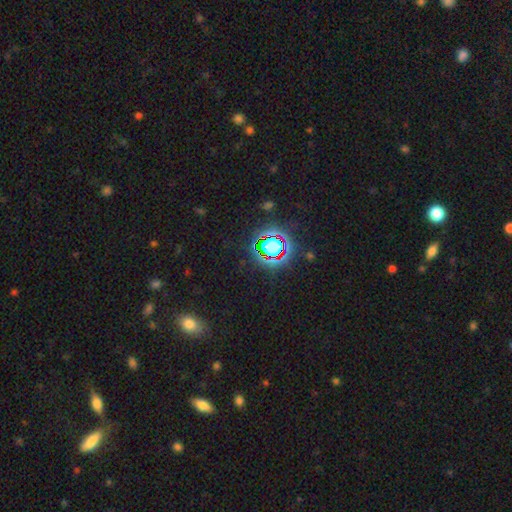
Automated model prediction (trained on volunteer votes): Smooth or featured? Predicted: star or artifact (p=0.71).